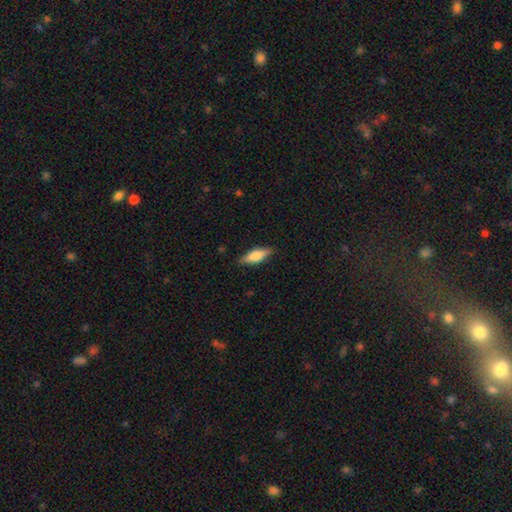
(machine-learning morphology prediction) Smooth or featured? smooth (73%)
How rounded? in between (61%)
Merging? none (84%)